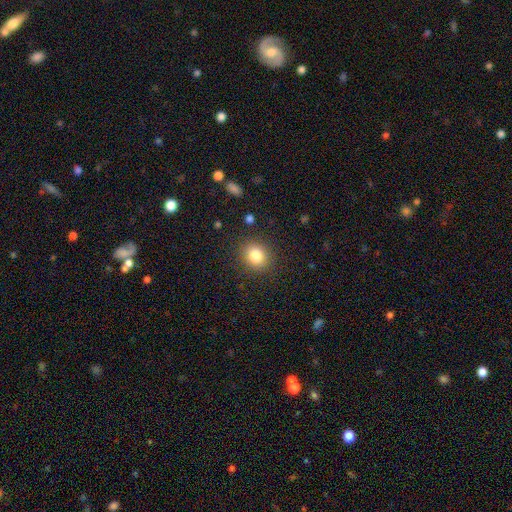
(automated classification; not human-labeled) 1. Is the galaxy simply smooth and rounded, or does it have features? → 82% smooth, 11% star or artifact, 7% featured or disk.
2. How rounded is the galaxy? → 76% round, 23% in between, 1% cigar-shaped.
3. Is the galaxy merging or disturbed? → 88% none, 8% minor disturbance, 3% major disturbance, 1% merger.